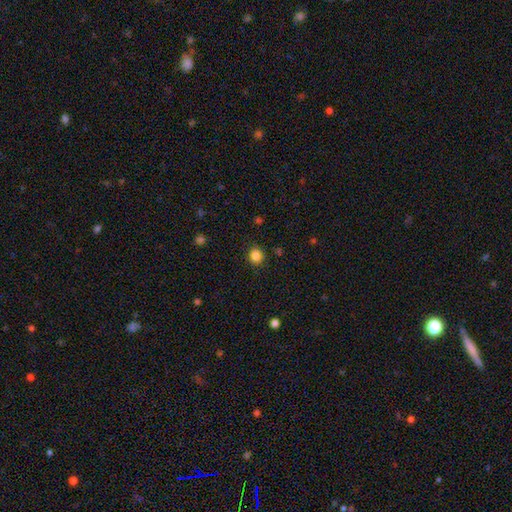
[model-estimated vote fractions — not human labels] Smooth or featured: smooth — 84% (star or artifact — 12%)
How rounded: round — 82% (in between — 17%)
Merging: none — 88% (minor disturbance — 8%)